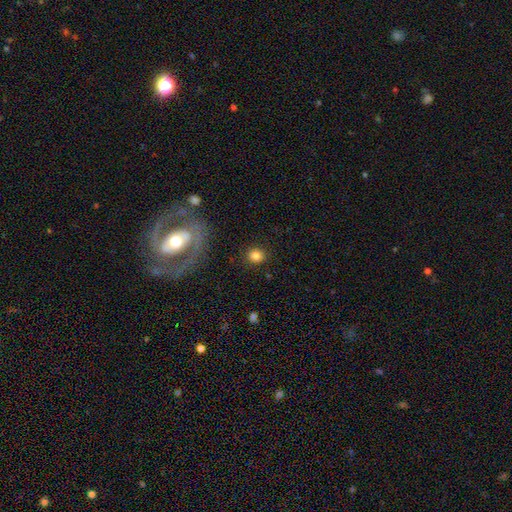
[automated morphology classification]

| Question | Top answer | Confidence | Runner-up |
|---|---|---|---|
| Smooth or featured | smooth | 83% | star or artifact (10%) |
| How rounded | round | 85% | in between (14%) |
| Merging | none | 89% | minor disturbance (6%) |